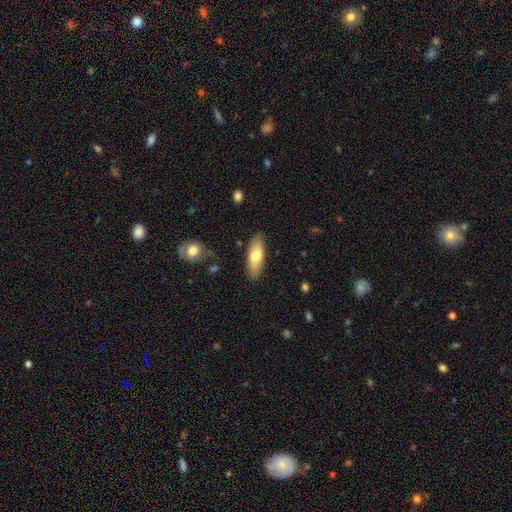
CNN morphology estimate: Smooth or featured?
  - smooth: 72% *
  - featured or disk: 22%
  - star or artifact: 6%
How rounded?
  - in between: 65% *
  - cigar-shaped: 33%
  - round: 2%
Merging?
  - none: 85% *
  - minor disturbance: 11%
  - major disturbance: 2%
  - merger: 2%